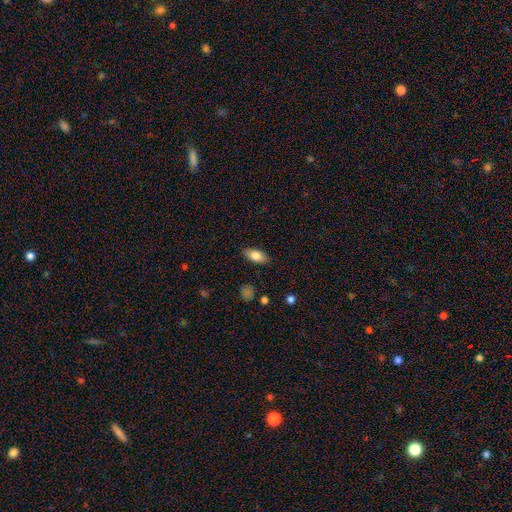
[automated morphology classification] smooth_or_featured: smooth (p=0.79) [alt: featured or disk p=0.14]
how_rounded: in between (p=0.87) [alt: cigar-shaped p=0.09]
merging: none (p=0.87) [alt: minor disturbance p=0.10]